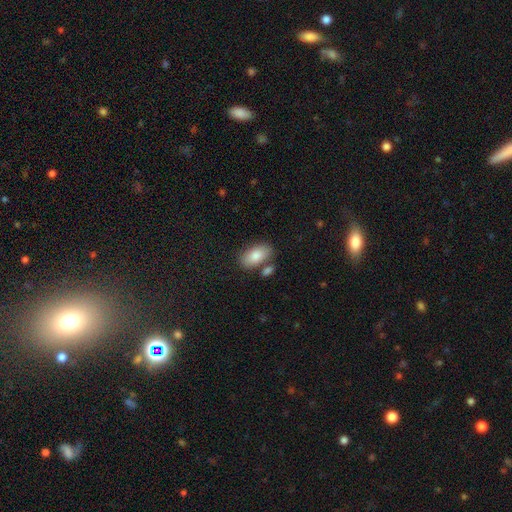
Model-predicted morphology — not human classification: Smooth or featured: smooth — 84% (featured or disk — 10%)
How rounded: in between — 93% (round — 5%)
Merging: none — 70% (merger — 14%)